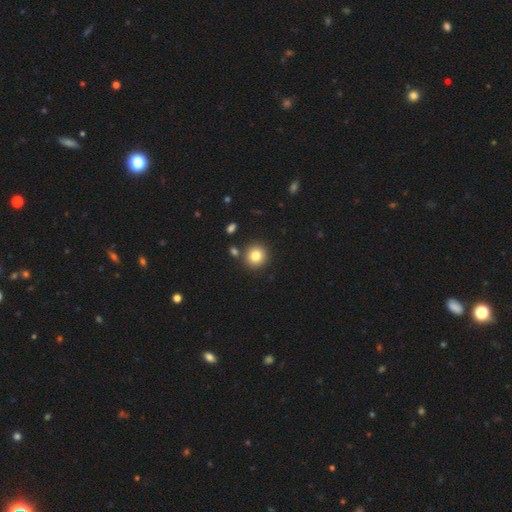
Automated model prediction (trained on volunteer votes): Smooth or featured?
  - smooth: 82% *
  - star or artifact: 10%
  - featured or disk: 7%
How rounded?
  - round: 92% *
  - in between: 7%
  - cigar-shaped: 1%
Merging?
  - none: 85% *
  - minor disturbance: 7%
  - merger: 6%
  - major disturbance: 2%